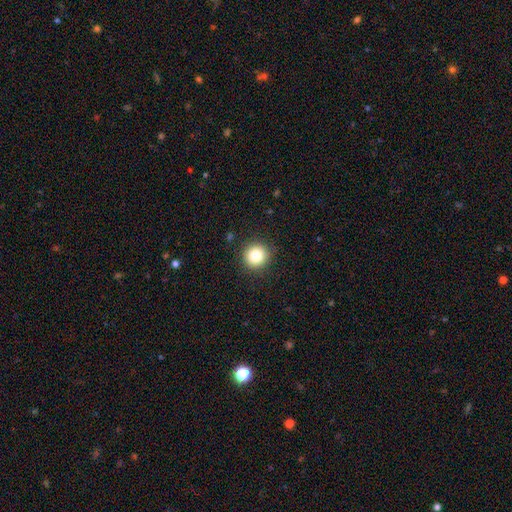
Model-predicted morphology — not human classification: smooth_or_featured: smooth (p=0.82) [alt: star or artifact p=0.11]
how_rounded: round (p=0.93) [alt: in between p=0.06]
merging: none (p=0.90) [alt: minor disturbance p=0.07]